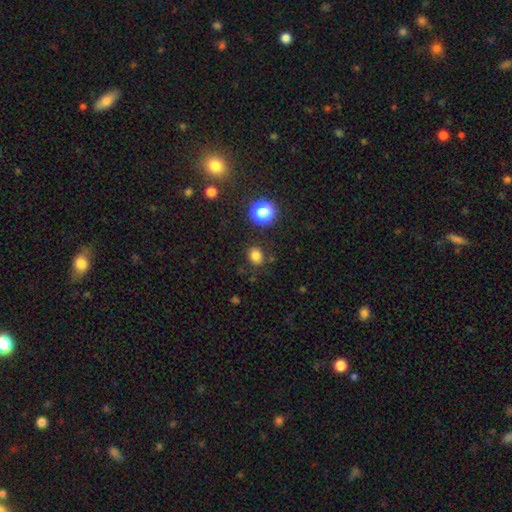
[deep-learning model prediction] smooth_or_featured: smooth (p=0.79) [alt: star or artifact p=0.15]
how_rounded: round (p=0.59) [alt: in between p=0.40]
merging: none (p=0.83) [alt: minor disturbance p=0.10]